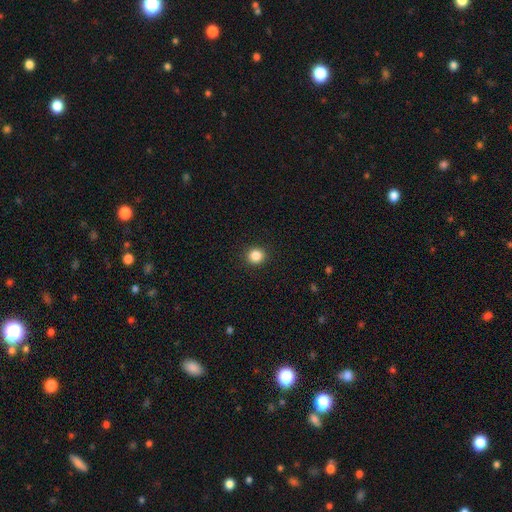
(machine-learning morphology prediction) smooth_or_featured: smooth (p=0.86) [alt: star or artifact p=0.11]
how_rounded: round (p=0.91) [alt: in between p=0.08]
merging: none (p=0.93) [alt: minor disturbance p=0.05]